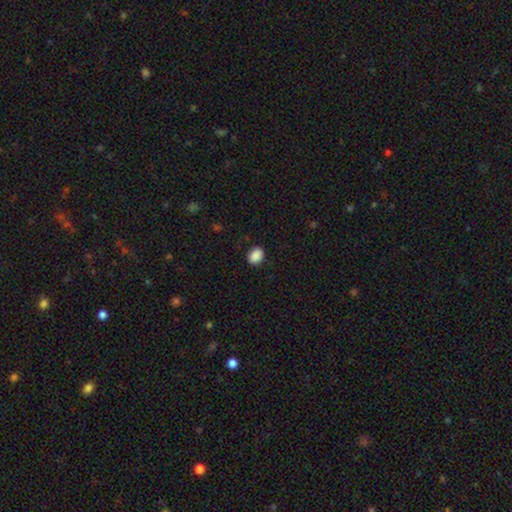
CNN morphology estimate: Smooth or featured: smooth — 89% (star or artifact — 8%)
How rounded: in between — 64% (round — 35%)
Merging: none — 88% (minor disturbance — 9%)